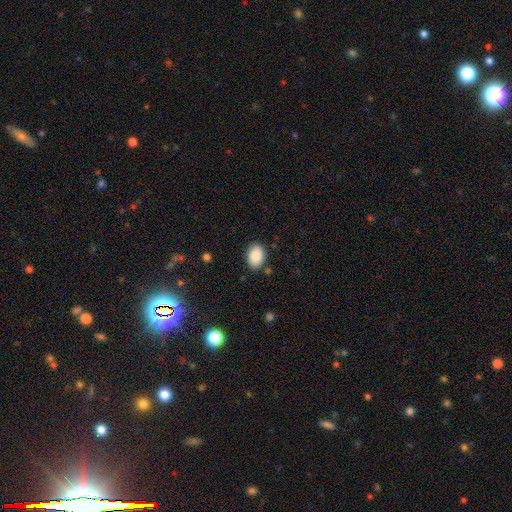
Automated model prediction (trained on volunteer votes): Smooth or featured? Predicted: smooth (p=0.88). How rounded? Predicted: in between (p=0.86). Merging? Predicted: none (p=0.84).